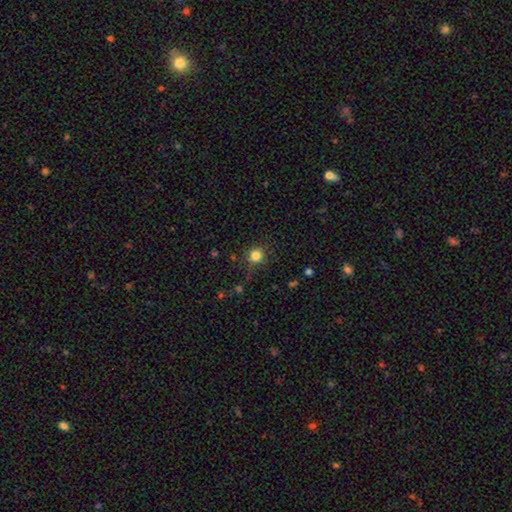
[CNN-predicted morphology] Smooth or featured?
  - smooth: 83% *
  - star or artifact: 13%
  - featured or disk: 5%
How rounded?
  - round: 93% *
  - in between: 6%
  - cigar-shaped: 1%
Merging?
  - none: 84% *
  - minor disturbance: 10%
  - major disturbance: 4%
  - merger: 2%